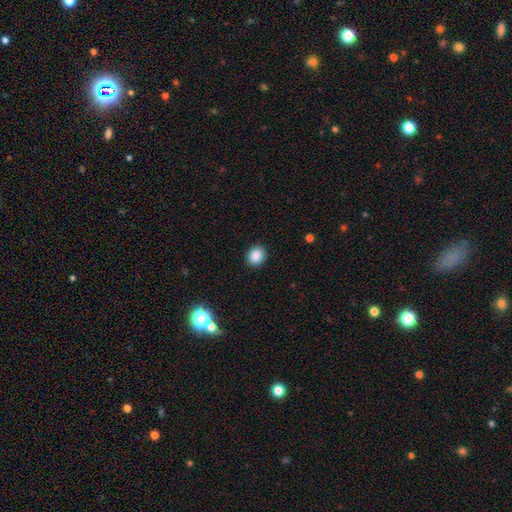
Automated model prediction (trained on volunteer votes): This appears to be a smooth galaxy with no disk features (86%) that is round (71%). Merging: none (91%).